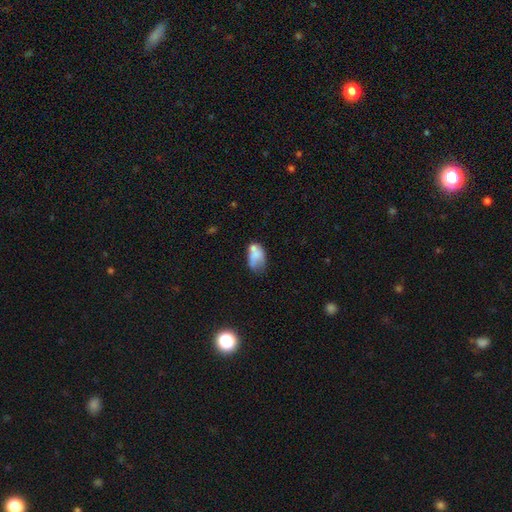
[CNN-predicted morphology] Overall: smooth (64%; featured or disk 26%). How rounded: in between (86%). Merging: none (31%; minor disturbance 27%).